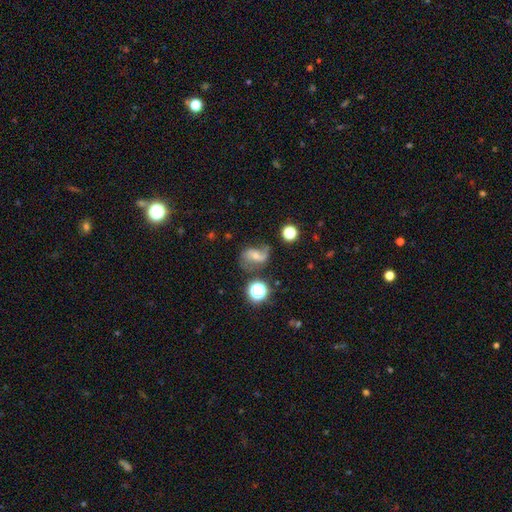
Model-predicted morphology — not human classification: smooth_or_featured: featured or disk (p=0.70) [alt: star or artifact p=0.15]
disk_edge_on: no (p=0.97) [alt: yes p=0.03]
bar: weak (p=0.44) [alt: no p=0.35]
has_spiral_arms: yes (p=0.92) [alt: no p=0.08]
spiral_winding: loose (p=0.44) [alt: medium p=0.41]
spiral_arm_count: 2 (p=0.81) [alt: 1 p=0.10]
bulge_size: small (p=0.47) [alt: moderate p=0.44]
merging: none (p=0.66) [alt: minor disturbance p=0.17]